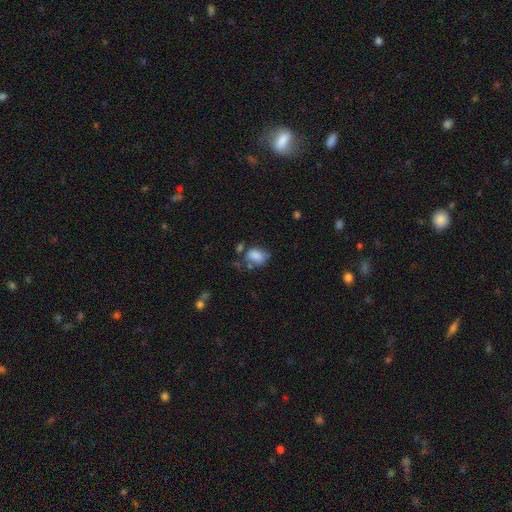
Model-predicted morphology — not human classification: smooth 80%, featured or disk 11%, star or artifact 10%. Down the decision tree: how rounded — in between (77%); merging — none (43%).